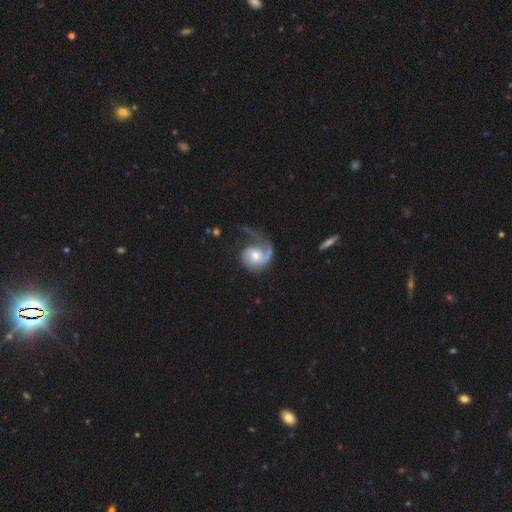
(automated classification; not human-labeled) Smooth or featured? featured or disk (77%)
Edge-on disk? no (98%)
Bar? no (69%)
Spiral arms? yes (93%)
Spiral winding? medium (37%)
Spiral arm count? 1 (65%)
Bulge size? moderate (66%)
Merging? major disturbance (39%)